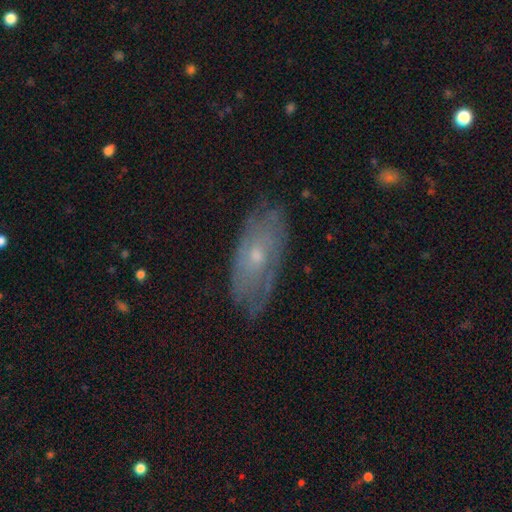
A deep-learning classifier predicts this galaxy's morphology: Q: Smooth or featured?
A: featured or disk (60%); runner-up: smooth (32%)
Q: Edge-on disk?
A: no (85%); runner-up: yes (15%)
Q: Bar?
A: no (83%); runner-up: weak (15%)
Q: Spiral arms?
A: yes (65%); runner-up: no (35%)
Q: Bulge size?
A: small (59%); runner-up: moderate (37%)
Q: Merging?
A: none (69%); runner-up: minor disturbance (23%)